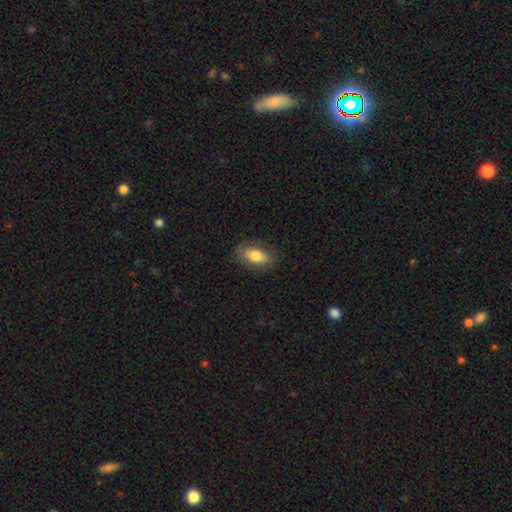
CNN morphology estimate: A smooth galaxy with no disk features (69%) that is in between round and cigar-shaped (89%). Merging: none (80%).